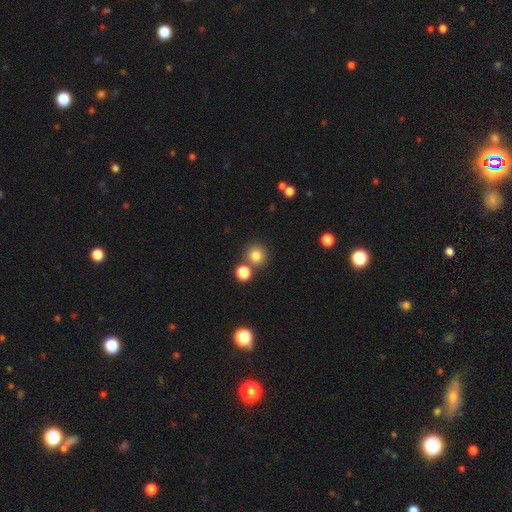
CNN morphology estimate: This is clearly a smooth galaxy (81%). How rounded: clearly round (91%). Merging: likely none (72%).